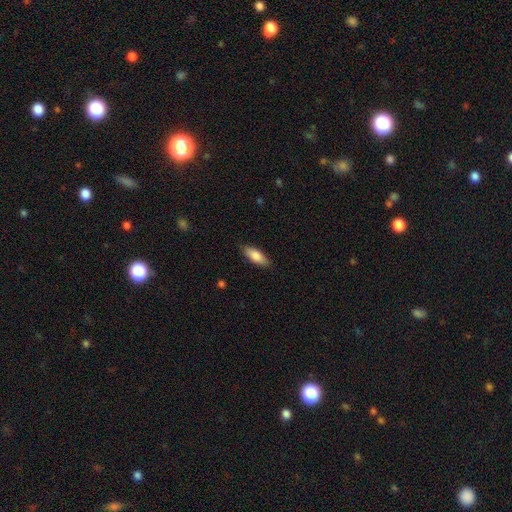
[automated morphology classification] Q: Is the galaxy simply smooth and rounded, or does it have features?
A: smooth — 81%.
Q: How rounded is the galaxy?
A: in between — 72%.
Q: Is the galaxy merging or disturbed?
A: none — 86%.